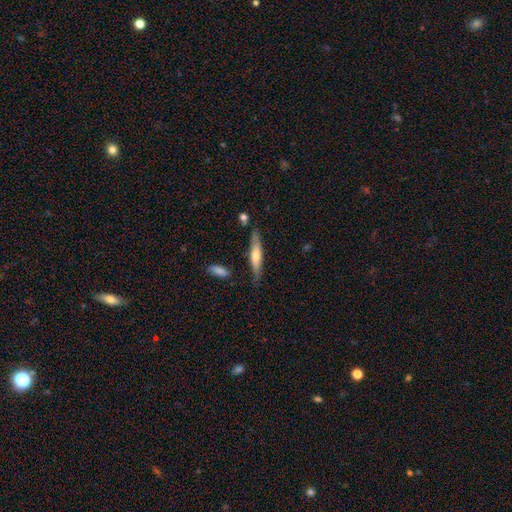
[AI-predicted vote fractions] Smooth or featured?
  - smooth: 49% *
  - featured or disk: 45%
  - star or artifact: 6%
Merging?
  - none: 78% *
  - minor disturbance: 16%
  - merger: 4%
  - major disturbance: 3%